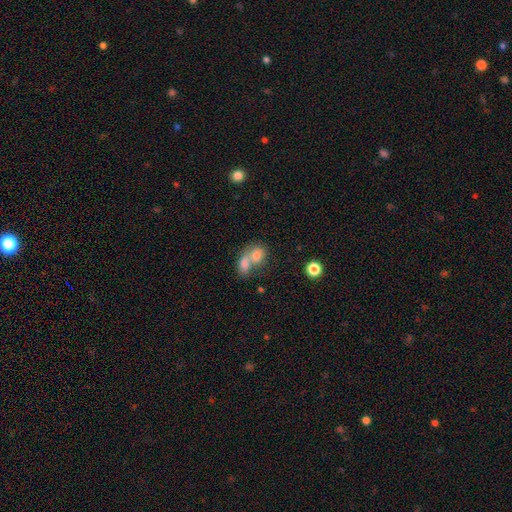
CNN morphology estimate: Smooth or featured? Predicted: smooth (p=0.75). How rounded? Predicted: in between (p=0.50). Merging? Predicted: merger (p=0.74).